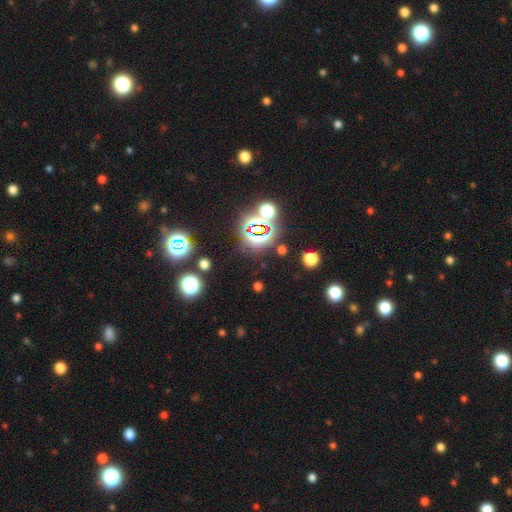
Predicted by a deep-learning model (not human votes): star or artifact 78%, smooth 14%, featured or disk 7%.